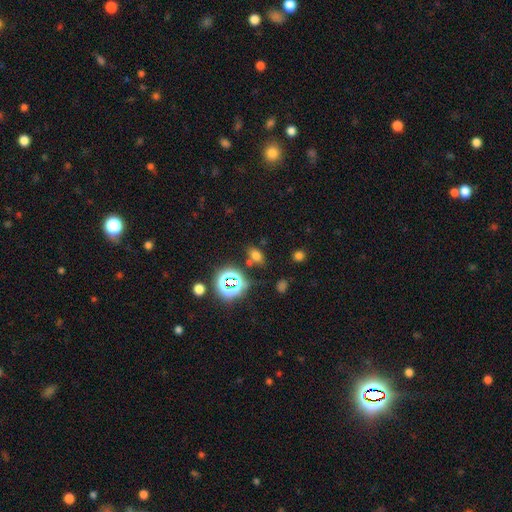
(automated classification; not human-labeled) smooth 61%, star or artifact 31%, featured or disk 9%. Down the decision tree: how rounded — in between (78%); merging — none (72%).